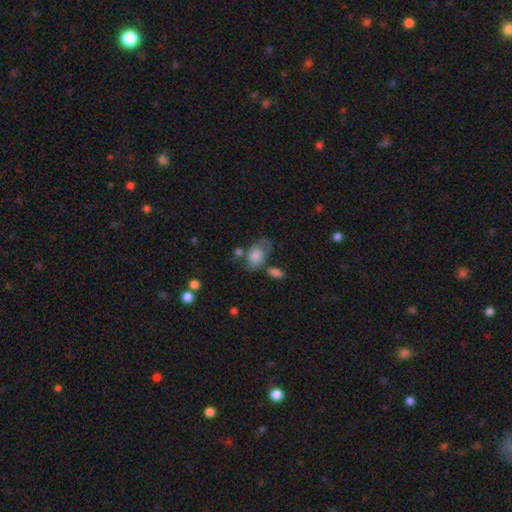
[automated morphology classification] smooth-or-featured: smooth: 73% | featured or disk: 18% | star or artifact: 8%
  how-rounded: in between: 80% | round: 19% | cigar-shaped: 1%
  merging: none: 42% | minor disturbance: 27% | major disturbance: 18% | merger: 14%